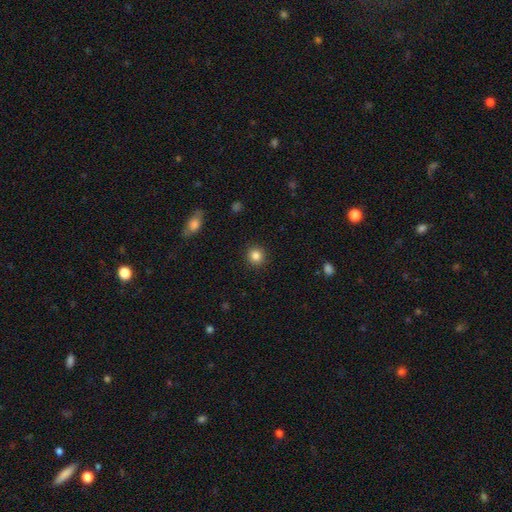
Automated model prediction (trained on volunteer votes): A smooth galaxy with no disk features (85%) that is round (93%). Merging: none (91%).